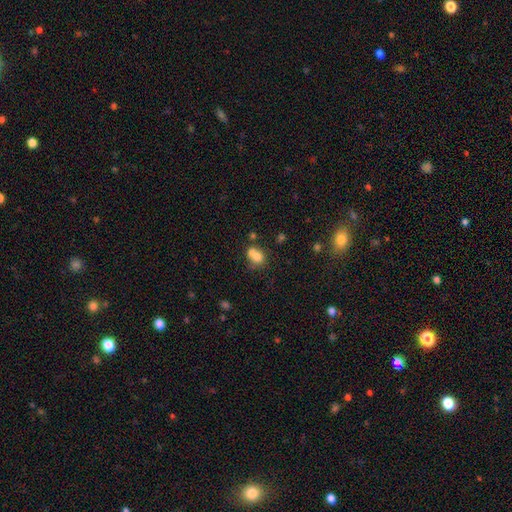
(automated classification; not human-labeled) The model was most divided on "how rounded": round: 57%, in between: 42%, cigar-shaped: 1%. More confident: smooth or featured — smooth (72%); merging — merger (52%).